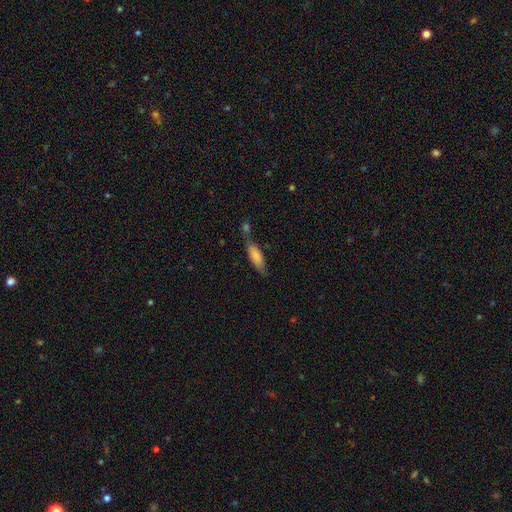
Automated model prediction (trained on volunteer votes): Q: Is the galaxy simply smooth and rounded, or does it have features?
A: smooth — 80%.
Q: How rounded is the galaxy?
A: in between — 56%.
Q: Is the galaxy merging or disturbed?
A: none — 52%.